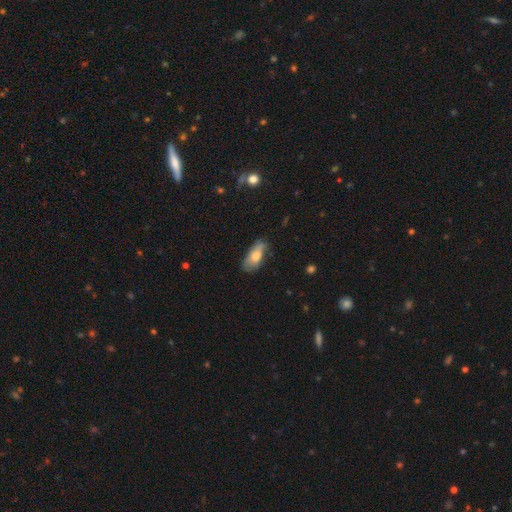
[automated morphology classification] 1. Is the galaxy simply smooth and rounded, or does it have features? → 64% smooth, 29% featured or disk, 7% star or artifact.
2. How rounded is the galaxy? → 86% in between, 11% cigar-shaped, 3% round.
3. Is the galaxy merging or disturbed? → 52% none, 34% minor disturbance, 12% major disturbance, 2% merger.